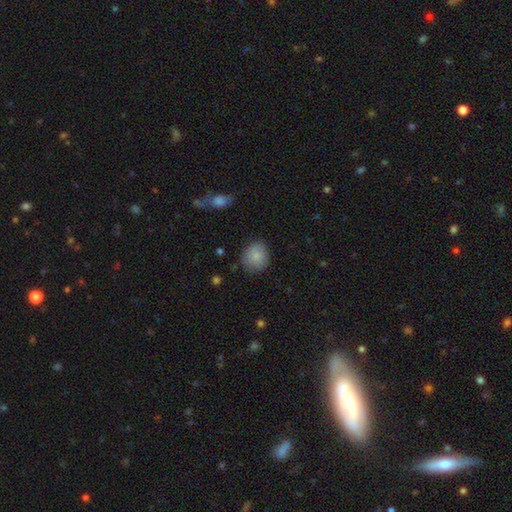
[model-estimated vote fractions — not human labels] Smooth or featured? Predicted: smooth (p=0.85). How rounded? Predicted: round (p=0.71). Merging? Predicted: none (p=0.76).